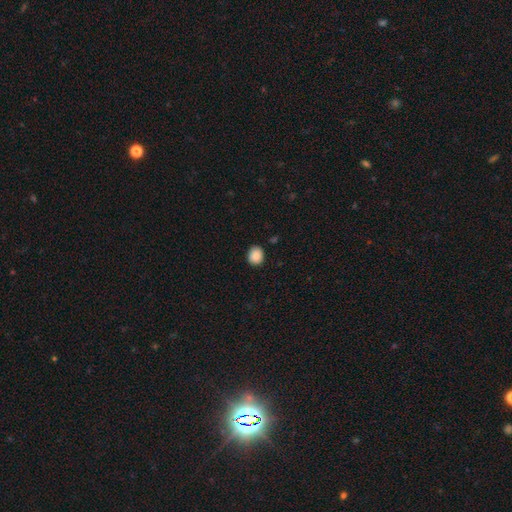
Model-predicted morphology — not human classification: smooth 89%, star or artifact 8%, featured or disk 3%. Down the decision tree: how rounded — round (68%); merging — none (87%).